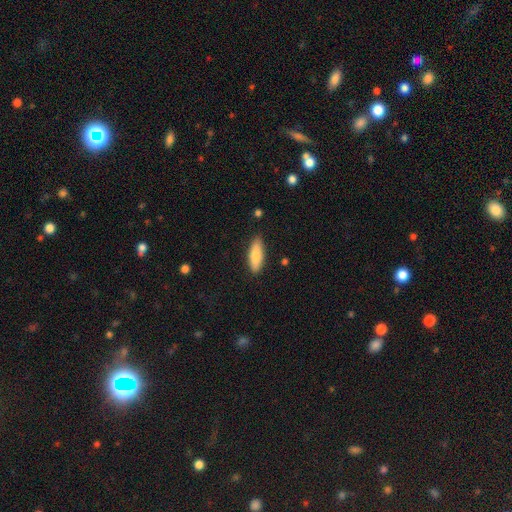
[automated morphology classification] smooth-or-featured: smooth: 79% | featured or disk: 15% | star or artifact: 6%
  how-rounded: in between: 59% | cigar-shaped: 39% | round: 2%
  merging: none: 87% | minor disturbance: 10% | major disturbance: 2% | merger: 1%